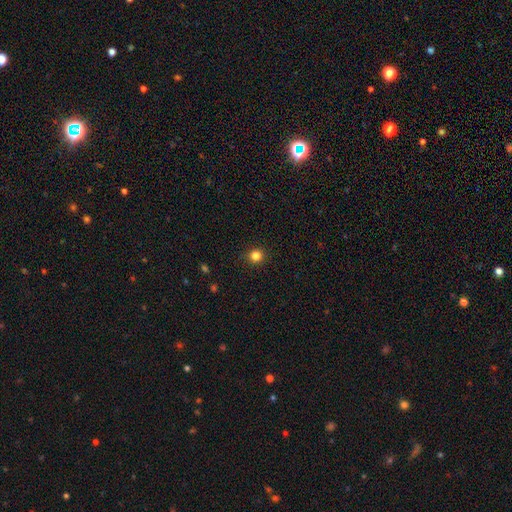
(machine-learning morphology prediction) Smooth or featured: smooth — 84% (star or artifact — 13%)
How rounded: round — 91% (in between — 8%)
Merging: none — 91% (minor disturbance — 6%)